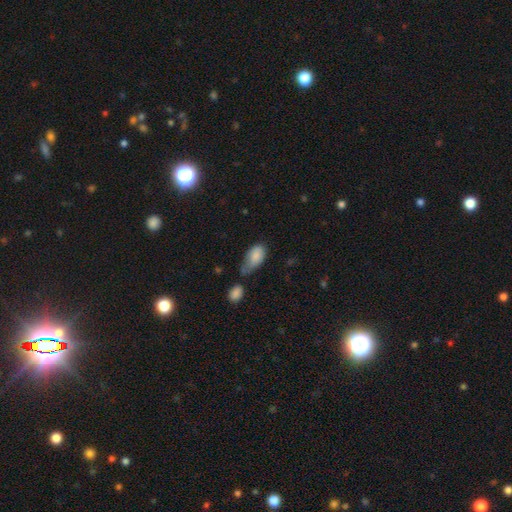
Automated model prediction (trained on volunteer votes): A smooth galaxy with no disk features (83%) that is in between round and cigar-shaped (92%).

Vote fractions:
- Smooth or featured? smooth: 83% / featured or disk: 10% / star or artifact: 7%
- How rounded? in between: 92% / round: 5% / cigar-shaped: 3%
- Merging? minor disturbance: 36% / none: 28% / merger: 19% / major disturbance: 17%